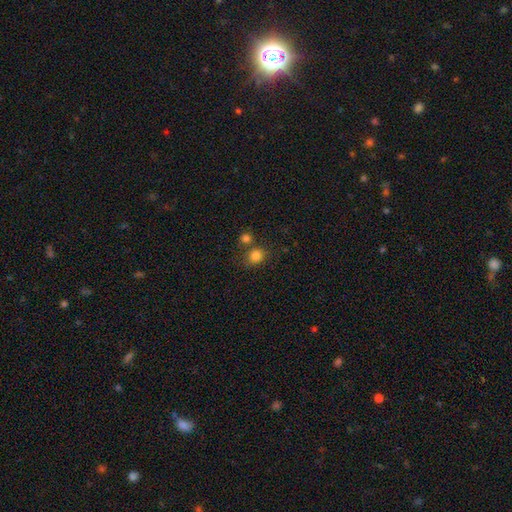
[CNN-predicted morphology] Q: Smooth or featured?
A: smooth (82%); runner-up: star or artifact (12%)
Q: How rounded?
A: round (80%); runner-up: in between (19%)
Q: Merging?
A: none (64%); runner-up: merger (22%)